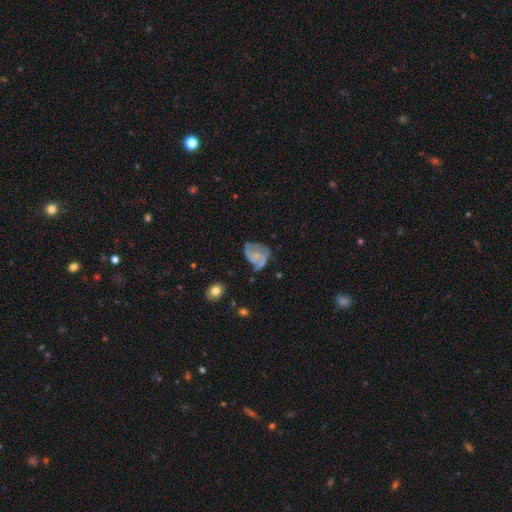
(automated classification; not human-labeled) Smooth or featured?
  - featured or disk: 62% *
  - smooth: 29%
  - star or artifact: 9%
Edge-on disk?
  - no: 98% *
  - yes: 2%
Bar?
  - no: 72% *
  - weak: 22%
  - strong: 5%
Spiral arms?
  - yes: 71% *
  - no: 29%
Bulge size?
  - none: 51% *
  - small: 34%
  - moderate: 11%
  - large: 2%
  - dominant: 1%
Merging?
  - none: 38% *
  - major disturbance: 30%
  - minor disturbance: 28%
  - merger: 5%